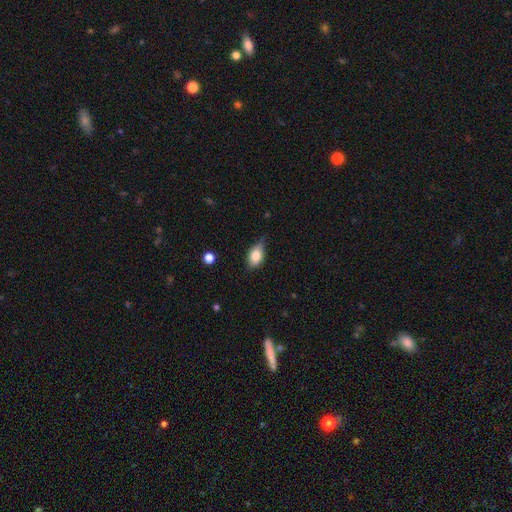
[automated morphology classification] A smooth galaxy with no disk features (77%) that is in between round and cigar-shaped (86%).

Vote fractions:
- Smooth or featured? smooth: 77% / featured or disk: 15% / star or artifact: 8%
- How rounded? in between: 86% / round: 10% / cigar-shaped: 4%
- Merging? none: 60% / minor disturbance: 32% / major disturbance: 6% / merger: 2%